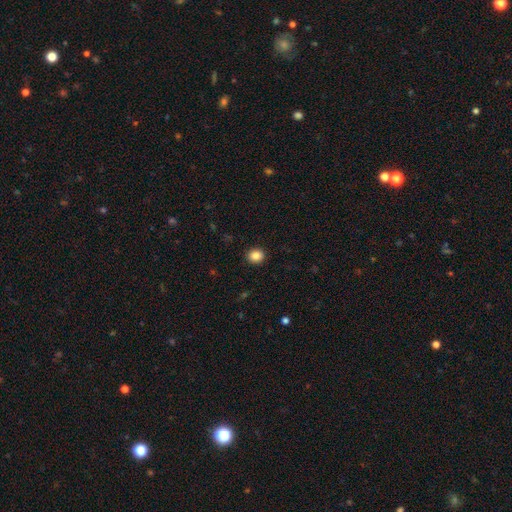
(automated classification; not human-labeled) Smooth or featured? Predicted: smooth (p=0.87). How rounded? Predicted: round (p=0.76). Merging? Predicted: none (p=0.92).